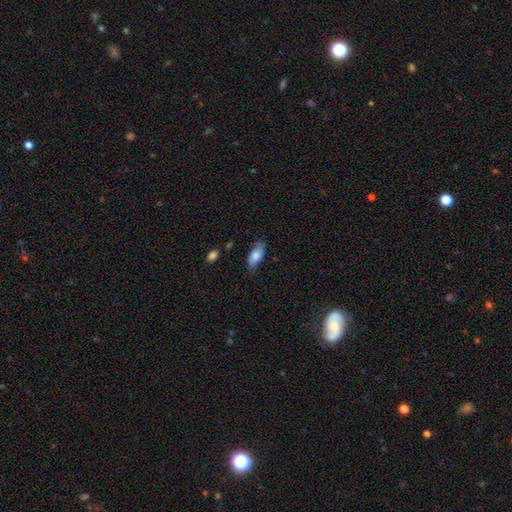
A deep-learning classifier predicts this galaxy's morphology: smooth_or_featured: smooth (p=0.72) [alt: featured or disk p=0.21]
how_rounded: in between (p=0.85) [alt: cigar-shaped p=0.12]
merging: none (p=0.69) [alt: minor disturbance p=0.24]